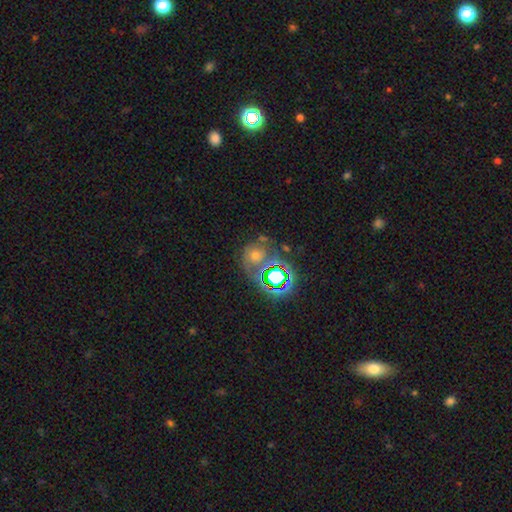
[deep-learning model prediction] Smooth or featured: smooth — 38% (star or artifact — 35%)
Merging: none — 52% (merger — 18%)